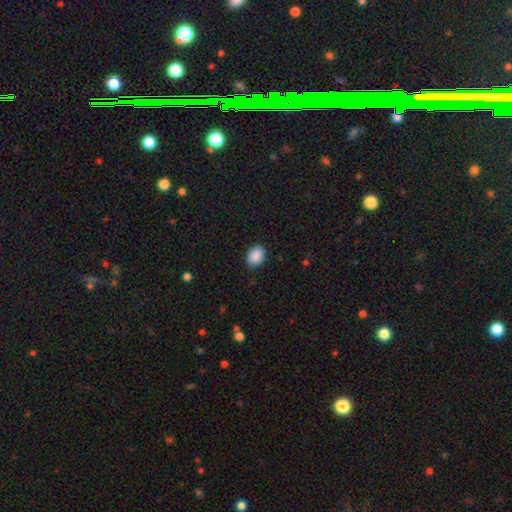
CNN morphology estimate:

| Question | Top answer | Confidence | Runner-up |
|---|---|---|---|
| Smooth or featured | smooth | 90% | star or artifact (7%) |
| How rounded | in between | 77% | round (22%) |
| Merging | none | 88% | minor disturbance (9%) |